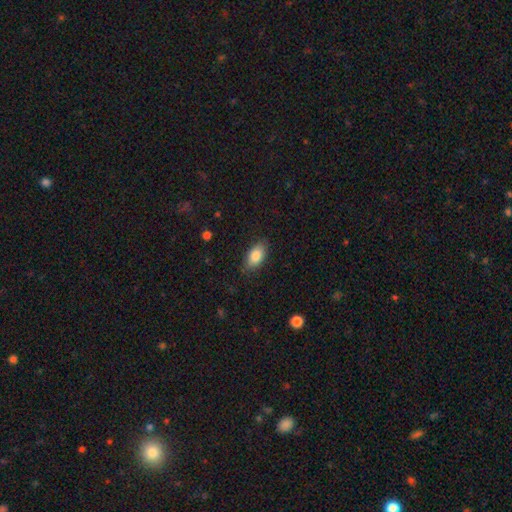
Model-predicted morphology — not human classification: The model was most divided on "merging": none: 83%, minor disturbance: 13%, major disturbance: 3%, merger: 1%. More confident: how rounded — in between (91%); smooth or featured — smooth (85%).